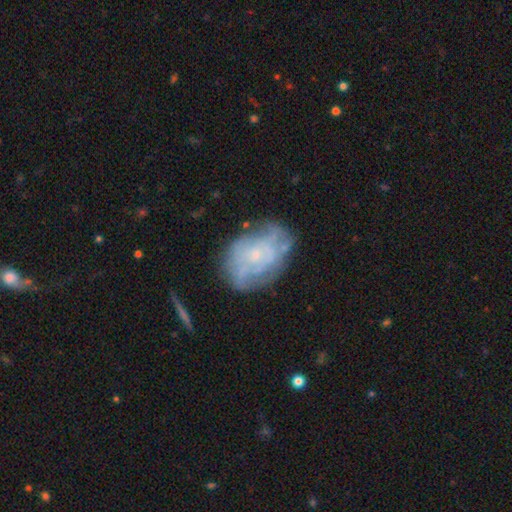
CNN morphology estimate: featured or disk 65%, smooth 27%, star or artifact 8%. Down the decision tree: edge-on disk — no (96%); bar — no (81%); spiral arms — yes (58%); bulge size — small (73%); merging — none (58%).